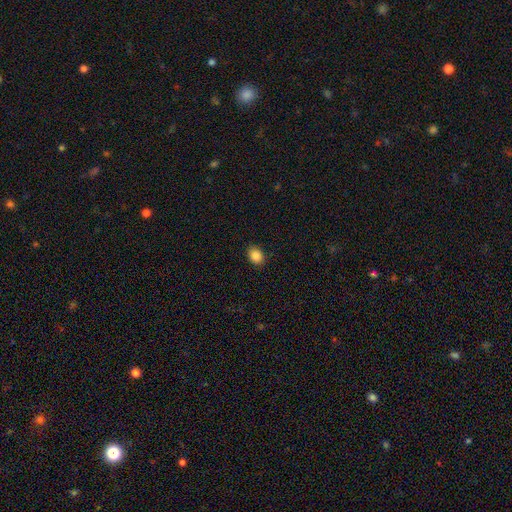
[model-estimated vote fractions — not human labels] This appears to be a smooth galaxy with no disk features (87%) that is in between round and cigar-shaped (57%). Merging: none (88%).